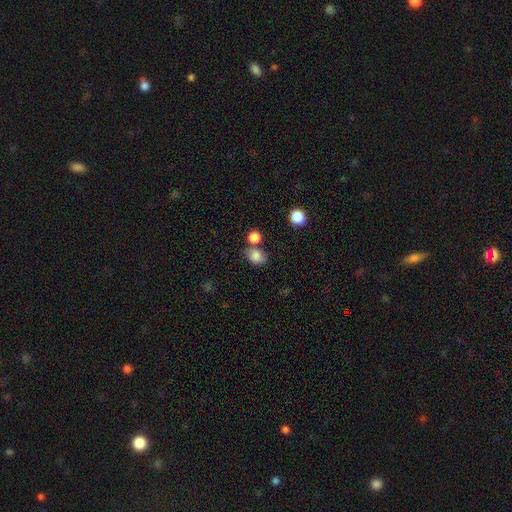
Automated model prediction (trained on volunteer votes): This appears to be a smooth galaxy with no disk features (83%) that is round (57%). Merging: none (58%).